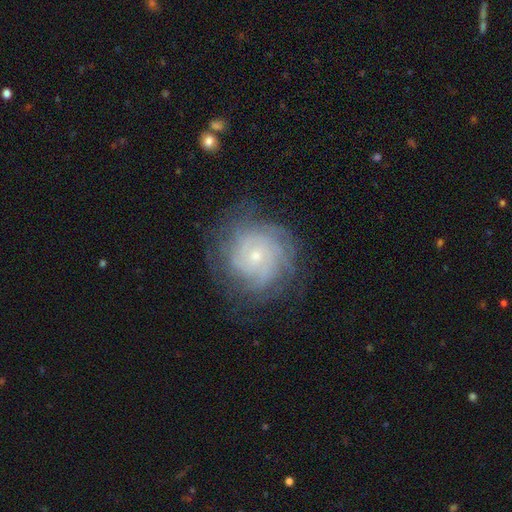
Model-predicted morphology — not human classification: smooth_or_featured: featured or disk (p=0.76) [alt: smooth p=0.15]
disk_edge_on: no (p=0.97) [alt: yes p=0.03]
bar: no (p=0.80) [alt: weak p=0.17]
has_spiral_arms: yes (p=0.93) [alt: no p=0.07]
spiral_winding: tight (p=0.75) [alt: medium p=0.20]
spiral_arm_count: can't tell (p=0.41) [alt: 4 p=0.18]
bulge_size: small (p=0.77) [alt: moderate p=0.19]
merging: none (p=0.77) [alt: minor disturbance p=0.15]